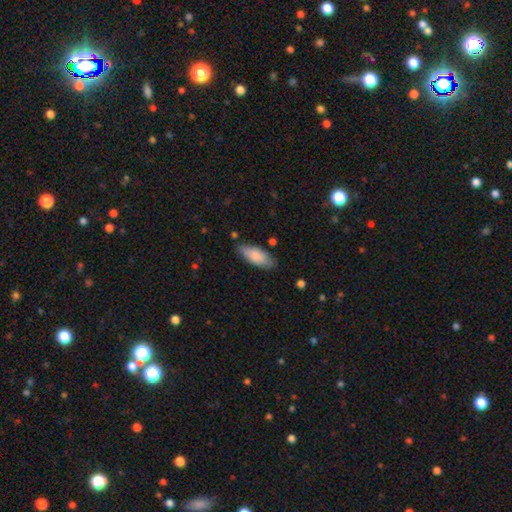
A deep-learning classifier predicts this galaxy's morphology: A smooth galaxy with no disk features (85%) that is in between round and cigar-shaped (80%).

Vote fractions:
- Smooth or featured? smooth: 85% / featured or disk: 10% / star or artifact: 6%
- How rounded? in between: 80% / cigar-shaped: 19% / round: 2%
- Merging? none: 79% / minor disturbance: 16% / major disturbance: 3% / merger: 2%